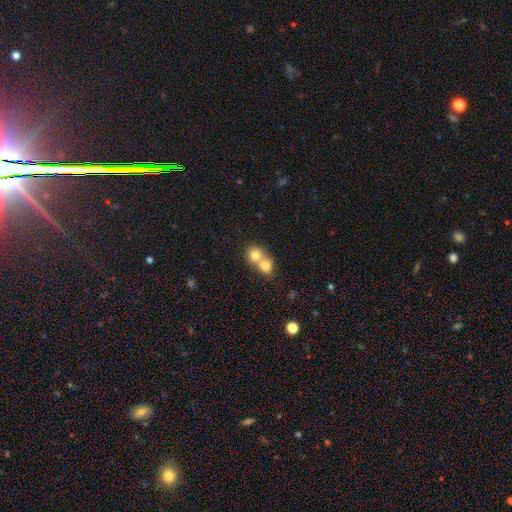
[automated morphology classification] smooth 70%, featured or disk 16%, star or artifact 13%. Down the decision tree: how rounded — round (76%); merging — merger (64%).